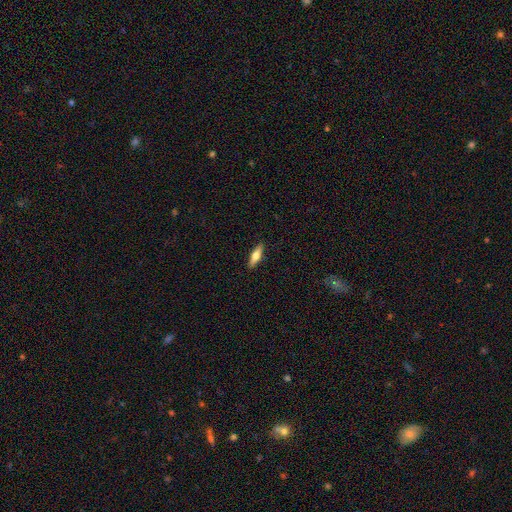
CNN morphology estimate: type=smooth (57%); roundness=cigar-shaped (59%); merging=none (90%).